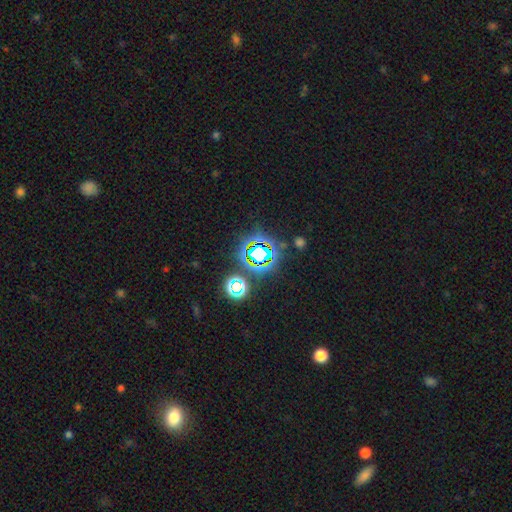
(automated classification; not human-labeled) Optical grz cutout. It shows a star or artifact, not a galaxy (70%).